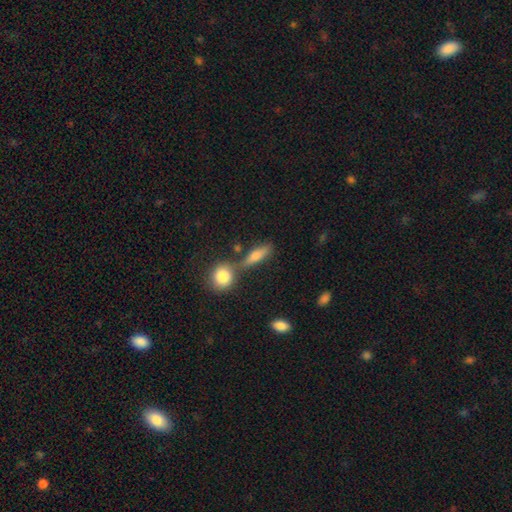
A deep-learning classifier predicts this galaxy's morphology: type=smooth (66%); roundness=cigar-shaped (49%); merging=none (61%).